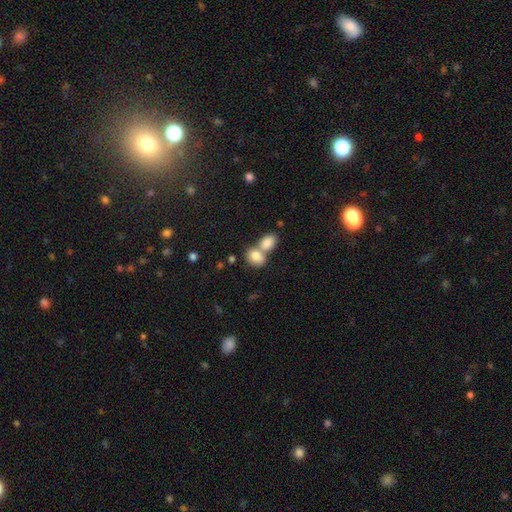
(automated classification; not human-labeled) smooth 81%, featured or disk 11%, star or artifact 8%. Down the decision tree: how rounded — in between (65%); merging — merger (62%).